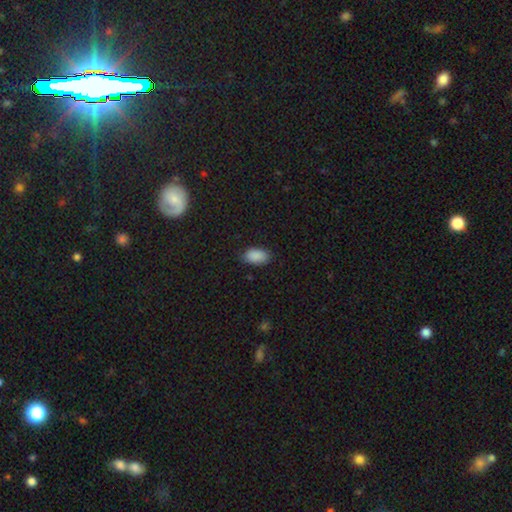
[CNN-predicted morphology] type=smooth (89%); roundness=in between (93%); merging=none (82%).